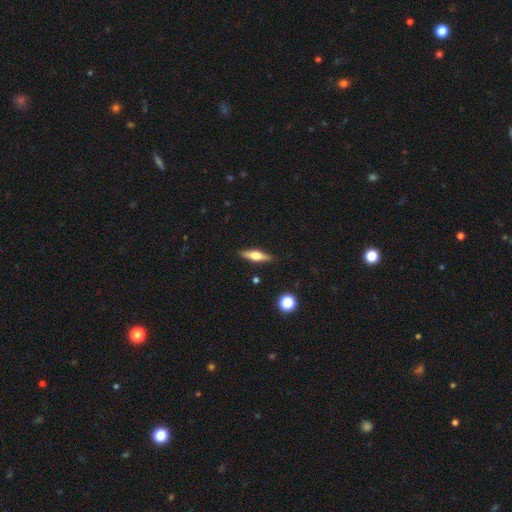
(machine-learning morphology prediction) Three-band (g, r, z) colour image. It shows a featured or disk galaxy (53%) viewed edge-on (94%) with a rounded central bulge (92%). Merging: none (88%).